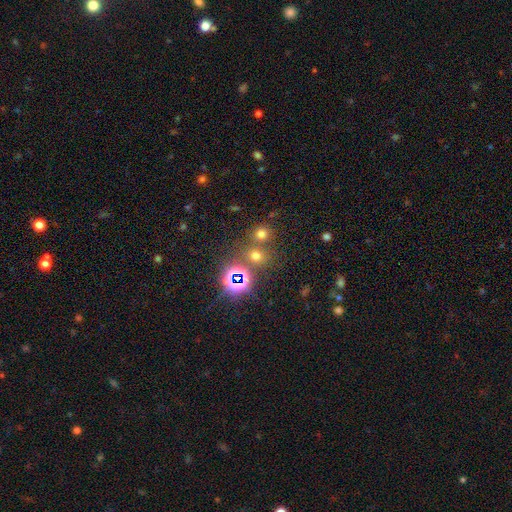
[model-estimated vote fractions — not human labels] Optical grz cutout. It shows a smooth galaxy with no disk features (55%) that is round (82%). Merging: none (67%).